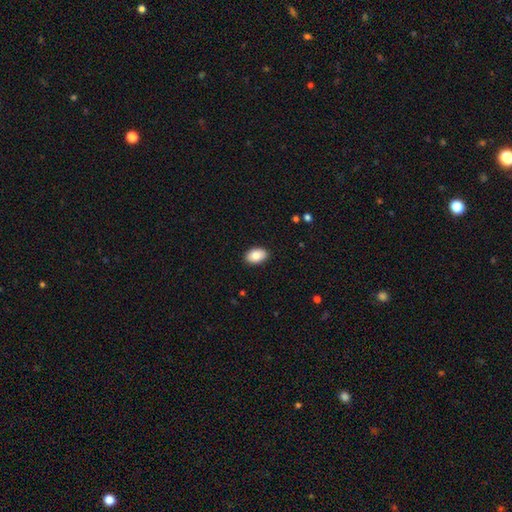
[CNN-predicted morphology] Q: Smooth or featured?
A: smooth (83%); runner-up: featured or disk (10%)
Q: How rounded?
A: in between (90%); runner-up: round (9%)
Q: Merging?
A: none (89%); runner-up: minor disturbance (8%)